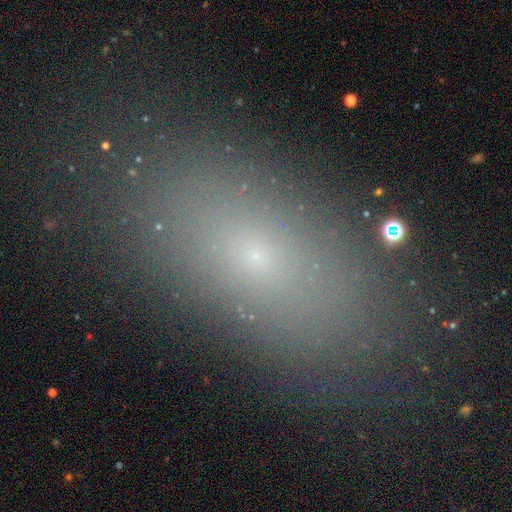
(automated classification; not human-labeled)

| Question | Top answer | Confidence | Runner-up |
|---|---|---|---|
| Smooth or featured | smooth | 64% | star or artifact (20%) |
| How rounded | in between | 80% | round (10%) |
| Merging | none | 84% | minor disturbance (10%) |